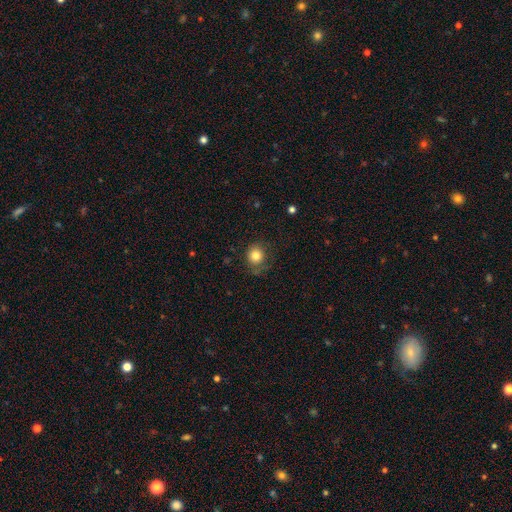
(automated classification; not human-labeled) smooth-or-featured: smooth: 81% | star or artifact: 10% | featured or disk: 9%
  how-rounded: round: 86% | in between: 14% | cigar-shaped: 1%
  merging: none: 69% | minor disturbance: 19% | major disturbance: 11% | merger: 2%